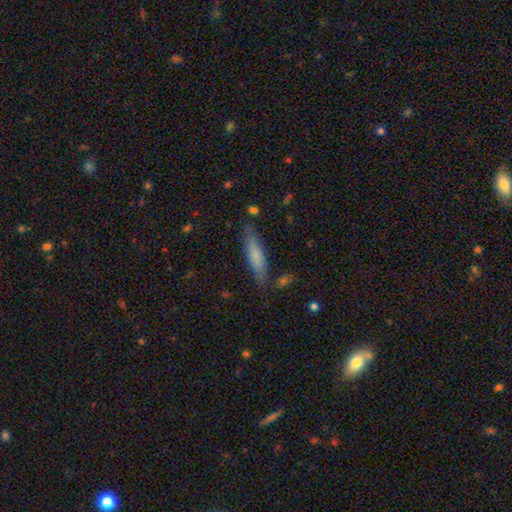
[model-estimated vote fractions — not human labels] Morphology: type=smooth (72%); roundness=cigar-shaped (77%); merging=none (78%).